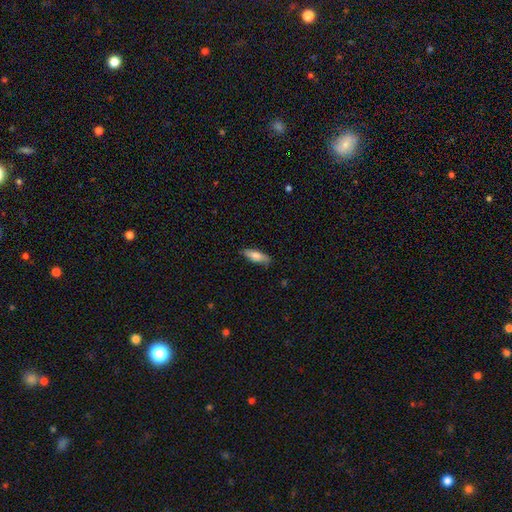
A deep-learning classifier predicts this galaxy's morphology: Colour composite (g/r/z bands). It shows a smooth galaxy with no disk features (76%) that is in between round and cigar-shaped (54%). Merging: none (81%).